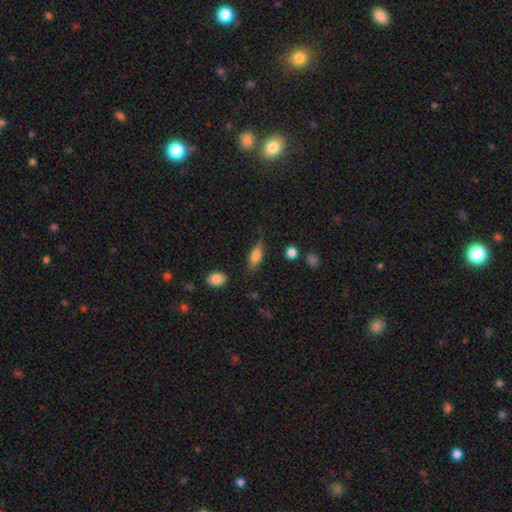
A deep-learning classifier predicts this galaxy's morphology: smooth-or-featured: smooth: 73% | featured or disk: 20% | star or artifact: 7%
  how-rounded: in between: 70% | cigar-shaped: 26% | round: 3%
  merging: none: 75% | minor disturbance: 18% | major disturbance: 4% | merger: 3%